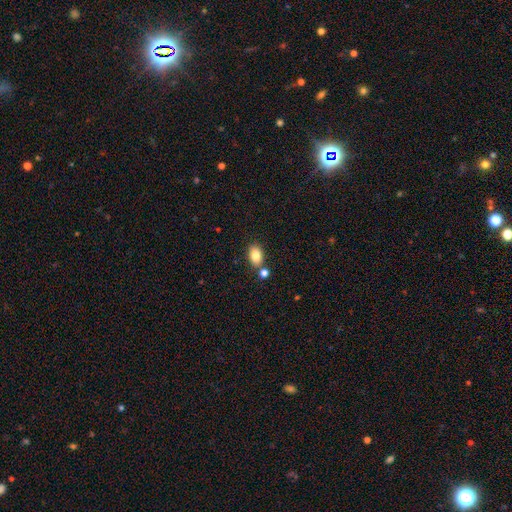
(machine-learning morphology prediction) type=smooth (82%); roundness=in between (86%); merging=none (74%).